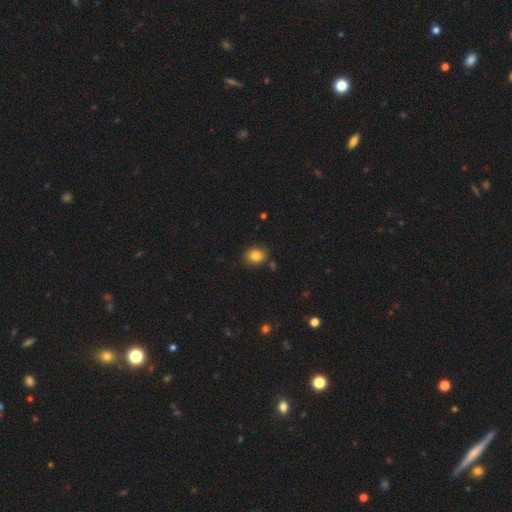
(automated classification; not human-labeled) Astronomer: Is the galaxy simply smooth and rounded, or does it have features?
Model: smooth — 85%.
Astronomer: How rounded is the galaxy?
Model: round — 53% (runner-up: in between, 46%).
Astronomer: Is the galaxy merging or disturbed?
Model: none — 83%.